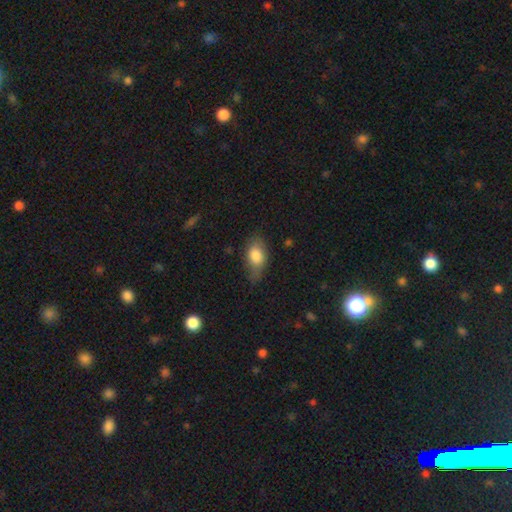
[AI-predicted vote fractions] The model was most divided on "merging": none: 56%, minor disturbance: 32%, major disturbance: 10%, merger: 2%. More confident: how rounded — in between (87%); smooth or featured — smooth (79%).